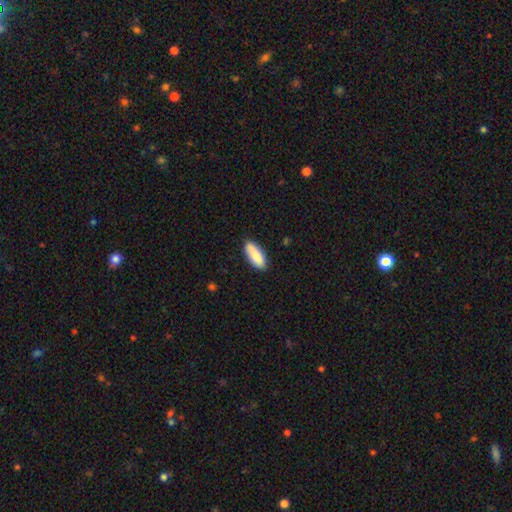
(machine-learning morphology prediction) smooth 85%, featured or disk 9%, star or artifact 6%. Down the decision tree: how rounded — in between (82%); merging — none (83%).